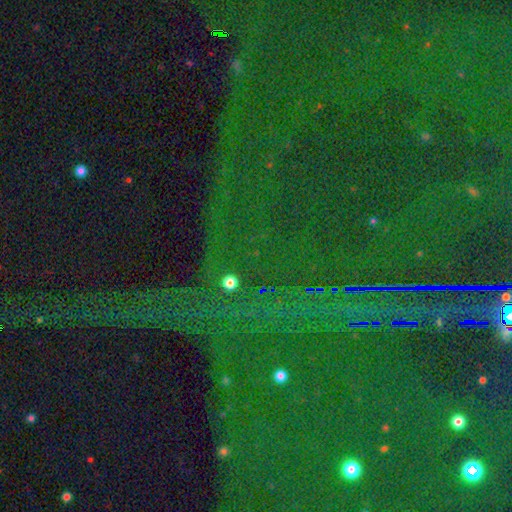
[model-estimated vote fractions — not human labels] Smooth or featured?
  - star or artifact: 87% *
  - featured or disk: 7%
  - smooth: 6%